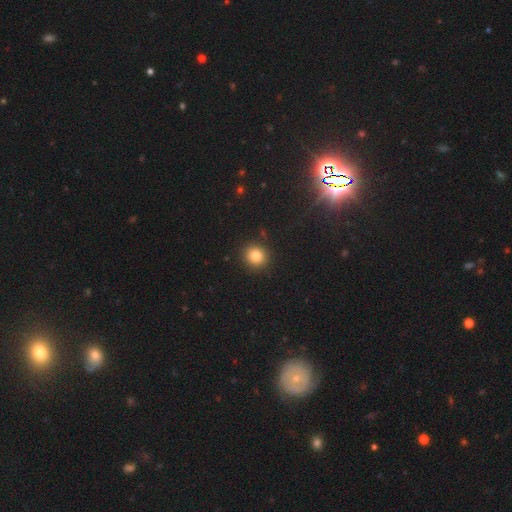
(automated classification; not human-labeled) Smooth or featured? Predicted: smooth (p=0.82). How rounded? Predicted: round (p=0.88). Merging? Predicted: none (p=0.91).